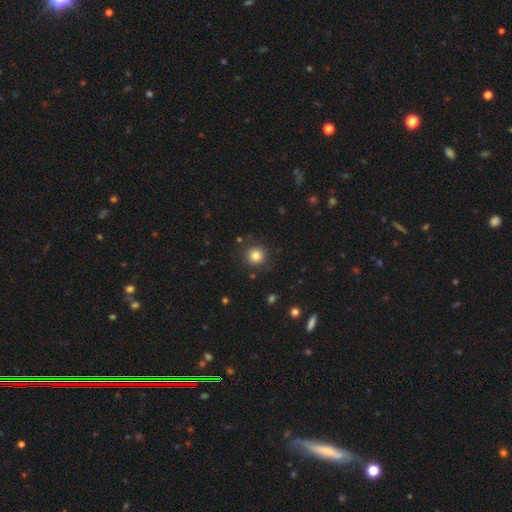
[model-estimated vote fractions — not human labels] smooth_or_featured: smooth (p=0.82) [alt: star or artifact p=0.12]
how_rounded: round (p=0.93) [alt: in between p=0.06]
merging: none (p=0.88) [alt: minor disturbance p=0.08]